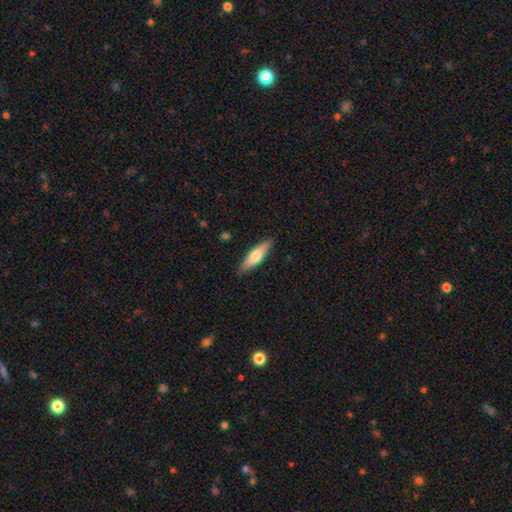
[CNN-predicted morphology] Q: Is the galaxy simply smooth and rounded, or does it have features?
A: smooth — 68%.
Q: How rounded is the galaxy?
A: cigar-shaped — 60%.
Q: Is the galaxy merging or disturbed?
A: none — 86%.